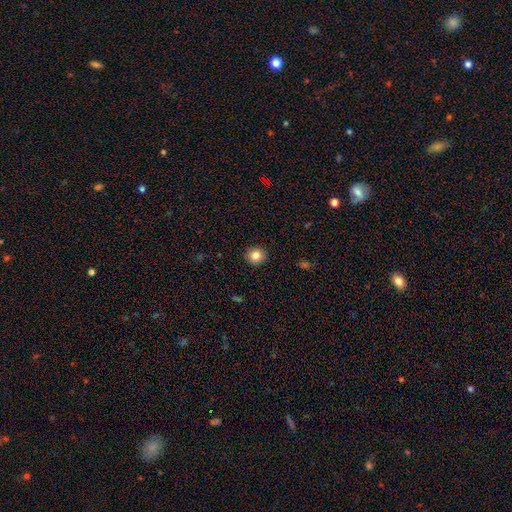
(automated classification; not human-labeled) This is clearly a smooth galaxy (83%). How rounded: clearly round (91%). Merging: clearly none (92%).